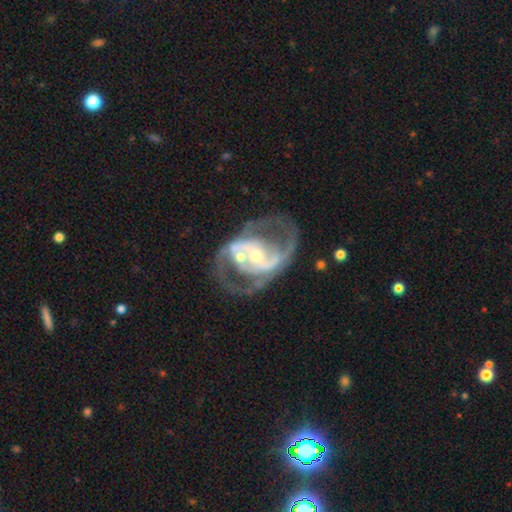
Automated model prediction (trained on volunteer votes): smooth_or_featured: featured or disk (p=0.87) [alt: smooth p=0.07]
disk_edge_on: no (p=0.96) [alt: yes p=0.04]
bar: strong (p=0.38) [alt: weak p=0.31]
has_spiral_arms: yes (p=0.87) [alt: no p=0.13]
spiral_winding: medium (p=0.53) [alt: loose p=0.27]
spiral_arm_count: 2 (p=0.84) [alt: can't tell p=0.07]
bulge_size: small (p=0.48) [alt: moderate p=0.45]
merging: none (p=0.52) [alt: major disturbance p=0.19]